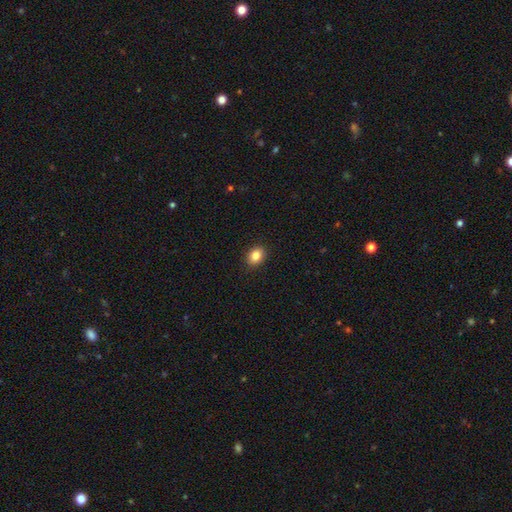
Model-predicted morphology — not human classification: type=smooth (85%); roundness=in between (63%); merging=none (91%).